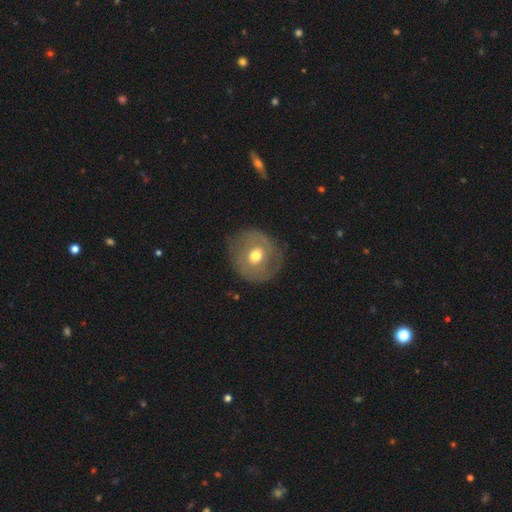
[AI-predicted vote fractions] Smooth or featured? featured or disk (47%)
Merging? none (77%)